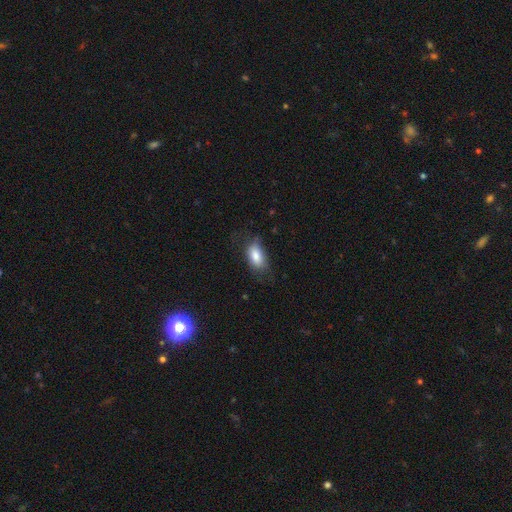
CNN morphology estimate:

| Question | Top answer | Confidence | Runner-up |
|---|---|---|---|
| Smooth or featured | smooth | 79% | featured or disk (13%) |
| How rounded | in between | 90% | round (5%) |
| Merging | none | 57% | minor disturbance (27%) |